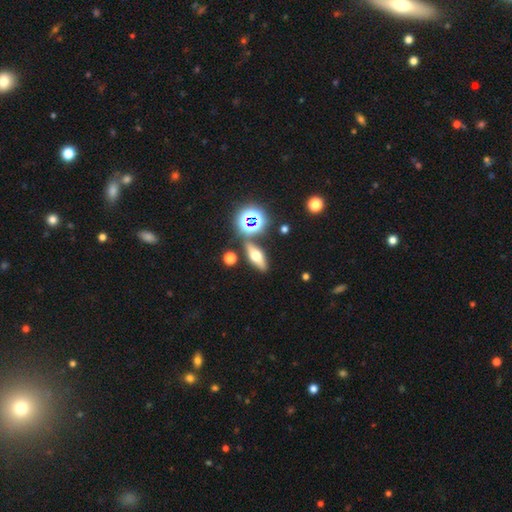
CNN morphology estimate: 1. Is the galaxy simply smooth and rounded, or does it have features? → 42% smooth, 38% featured or disk, 21% star or artifact.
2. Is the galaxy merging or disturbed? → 80% none, 9% minor disturbance, 7% merger, 4% major disturbance.